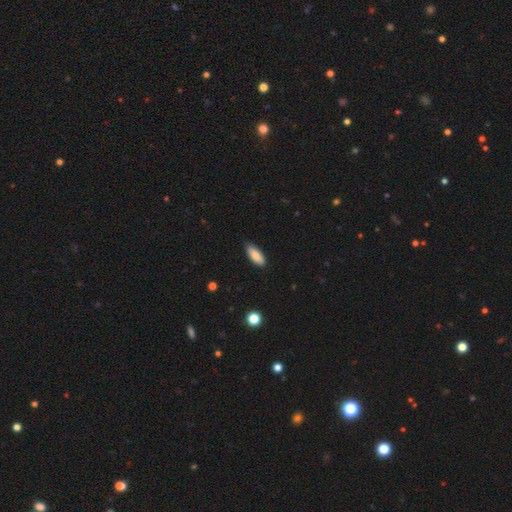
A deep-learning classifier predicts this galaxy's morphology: Overall: smooth (84%). How rounded: in between (78%). Merging: none (82%).